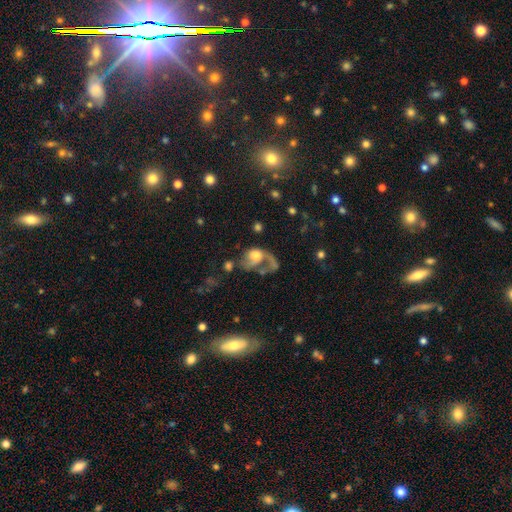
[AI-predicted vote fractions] The model was most divided on "smooth or featured": featured or disk: 53%, smooth: 38%, star or artifact: 10%. Remaining: edge-on disk — no (97%); bar — no (79%); spiral arms — yes (61%); merging — major disturbance (53%); bulge size — moderate (47%).